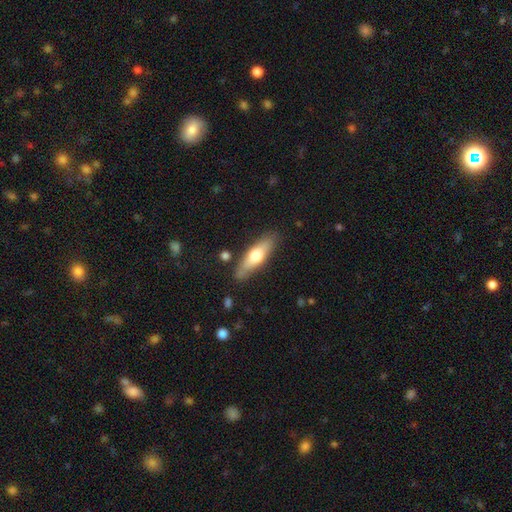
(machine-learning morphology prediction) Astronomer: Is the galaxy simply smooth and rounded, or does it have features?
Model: smooth — 56% (runner-up: featured or disk, 38%).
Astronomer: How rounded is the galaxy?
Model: cigar-shaped — 59% (runner-up: in between, 39%).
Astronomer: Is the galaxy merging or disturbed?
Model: none — 84%.